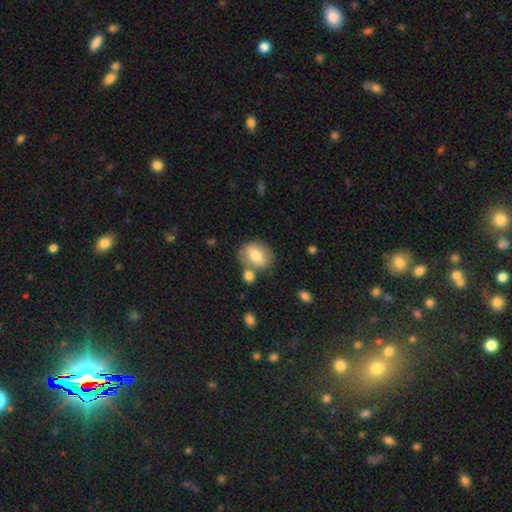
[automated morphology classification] type=smooth (66%); roundness=in between (57%); merging=none (60%).